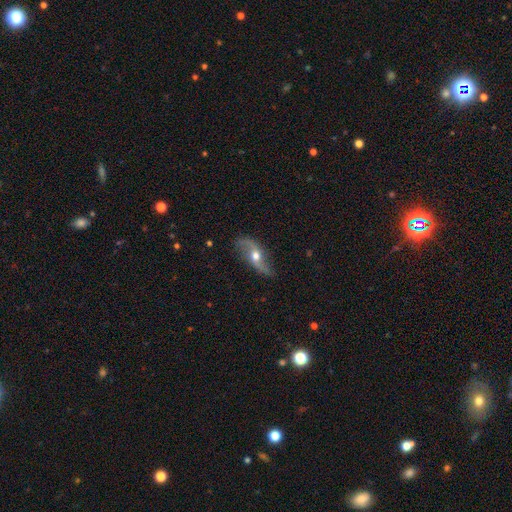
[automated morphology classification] featured or disk 81%, smooth 13%, star or artifact 6%. Down the decision tree: edge-on disk — no (87%); bar — no (60%); spiral arms — yes (93%); spiral arm count — 2 (93%); spiral winding — loose (83%); bulge size — moderate (74%); merging — none (75%).